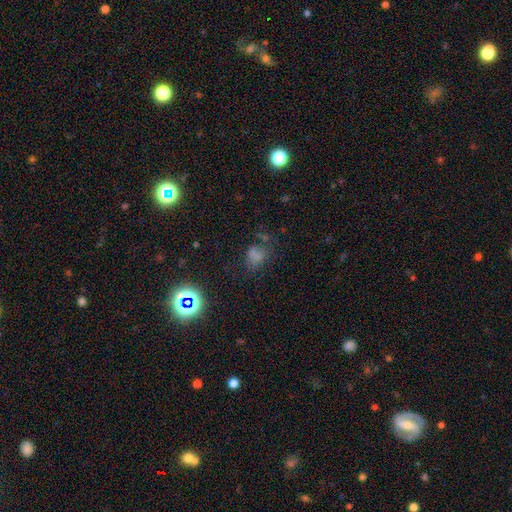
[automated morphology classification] This is possibly a smooth galaxy (56%). How rounded: possibly in between (52%). Merging: possibly none (48%).